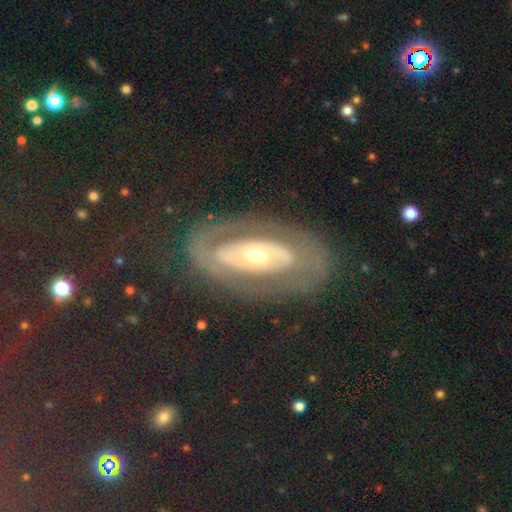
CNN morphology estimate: This is likely a featured or disk galaxy (71%). It is clearly not viewed edge-on (90%). Bar: likely no (71%). Spiral arm pattern: possibly yes (51%). Central bulge: likely moderate (64%). Merging: likely none (77%).